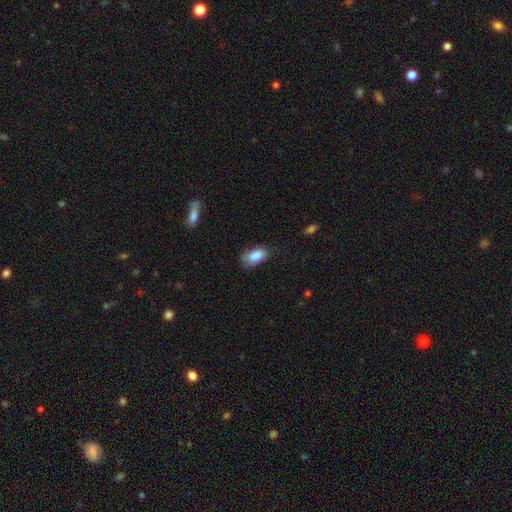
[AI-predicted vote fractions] This is clearly a smooth galaxy (85%). How rounded: clearly in between (91%). Merging: possibly none (59%).